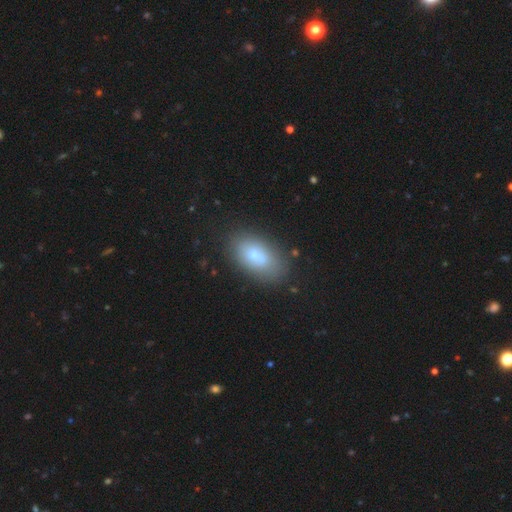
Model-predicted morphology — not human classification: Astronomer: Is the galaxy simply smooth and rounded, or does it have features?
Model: smooth — 68%.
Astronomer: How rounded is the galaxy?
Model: in between — 90%.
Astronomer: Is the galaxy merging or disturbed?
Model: none — 62%.